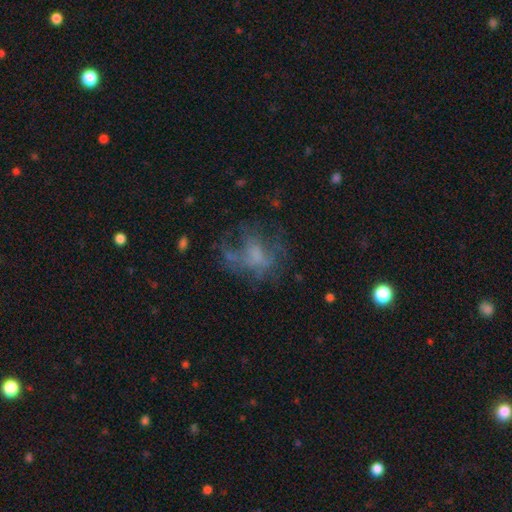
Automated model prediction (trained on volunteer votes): This appears to be a featured or disk galaxy (49%). Merging: none (41%).